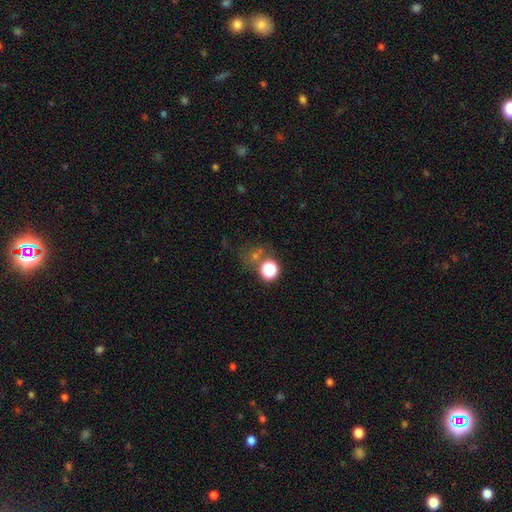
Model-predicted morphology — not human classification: Smooth or featured? Predicted: star or artifact (p=0.47).